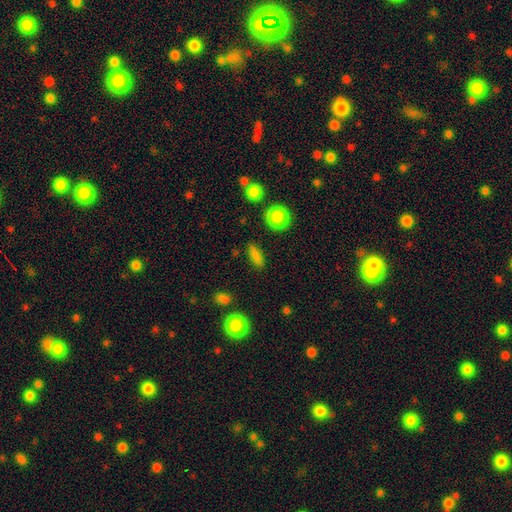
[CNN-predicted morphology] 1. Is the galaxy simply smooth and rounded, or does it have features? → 82% smooth, 11% star or artifact, 7% featured or disk.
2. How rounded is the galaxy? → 51% in between, 42% cigar-shaped, 8% round.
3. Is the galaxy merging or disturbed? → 86% none, 9% minor disturbance, 3% major disturbance, 2% merger.